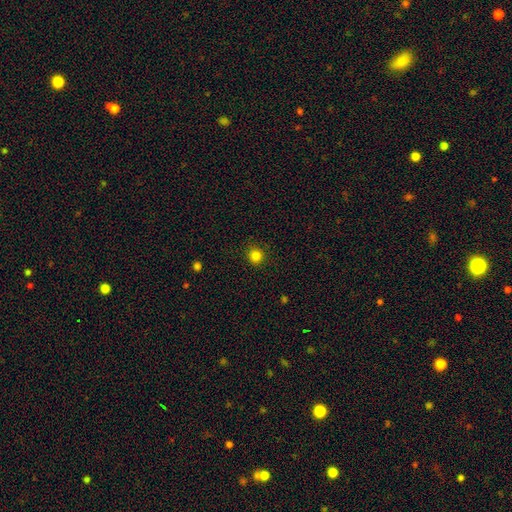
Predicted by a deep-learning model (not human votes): Smooth or featured? smooth (83%)
How rounded? round (91%)
Merging? none (89%)